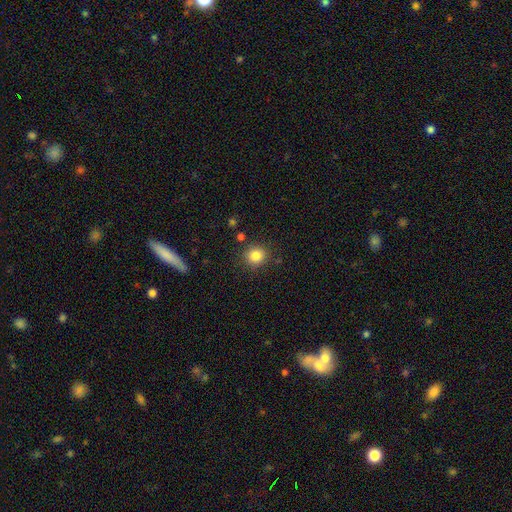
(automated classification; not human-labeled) A smooth galaxy with no disk features (83%) that is round (85%).

Vote fractions:
- Smooth or featured? smooth: 83% / star or artifact: 11% / featured or disk: 5%
- How rounded? round: 85% / in between: 14% / cigar-shaped: 1%
- Merging? none: 85% / minor disturbance: 9% / merger: 3% / major disturbance: 3%